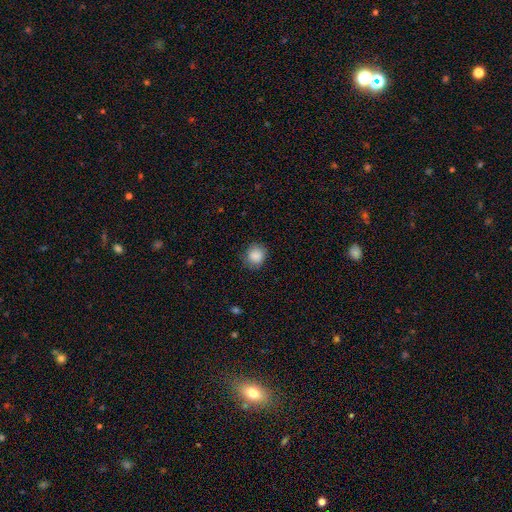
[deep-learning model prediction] Smooth or featured?
  - smooth: 88% *
  - star or artifact: 8%
  - featured or disk: 4%
How rounded?
  - round: 82% *
  - in between: 17%
  - cigar-shaped: 1%
Merging?
  - none: 83% *
  - minor disturbance: 13%
  - major disturbance: 3%
  - merger: 1%